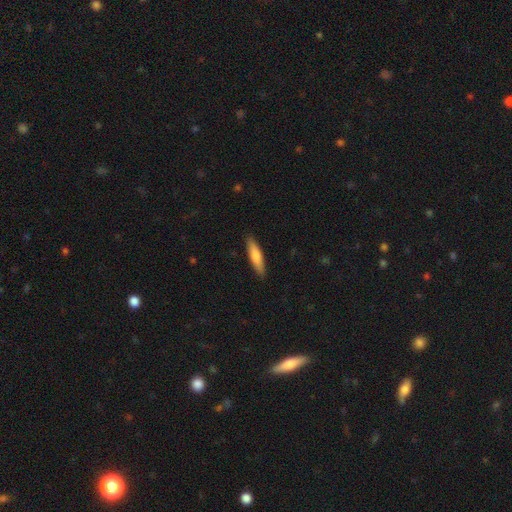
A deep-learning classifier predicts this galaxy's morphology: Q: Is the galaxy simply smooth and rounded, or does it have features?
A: smooth — 76%.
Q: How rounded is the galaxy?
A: cigar-shaped — 78%.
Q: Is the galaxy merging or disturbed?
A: none — 89%.